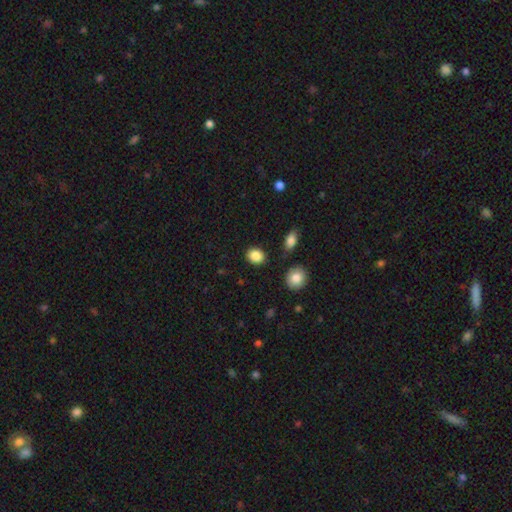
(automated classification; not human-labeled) Smooth or featured? smooth (87%)
How rounded? round (55%)
Merging? none (85%)